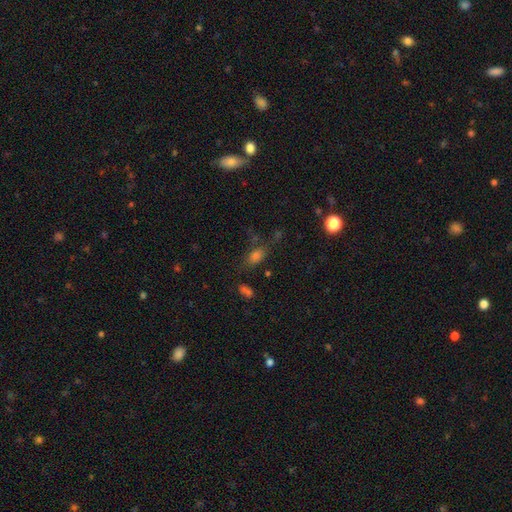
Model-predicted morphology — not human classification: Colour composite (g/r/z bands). It shows a smooth galaxy with no disk features (65%) that is in between round and cigar-shaped (79%). Merging: none (64%).